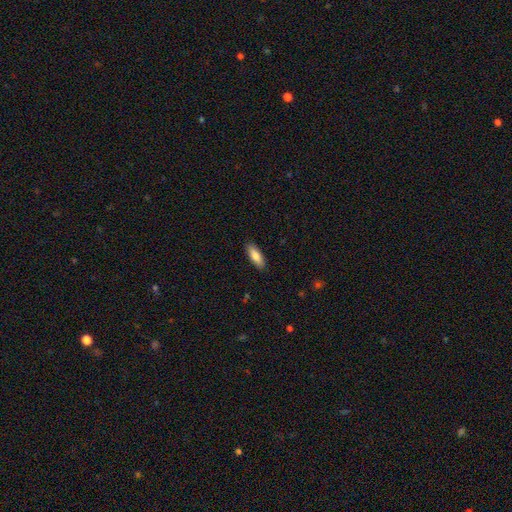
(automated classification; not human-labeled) Smooth or featured: smooth — 82% (featured or disk — 12%)
How rounded: in between — 64% (cigar-shaped — 34%)
Merging: none — 89% (minor disturbance — 8%)